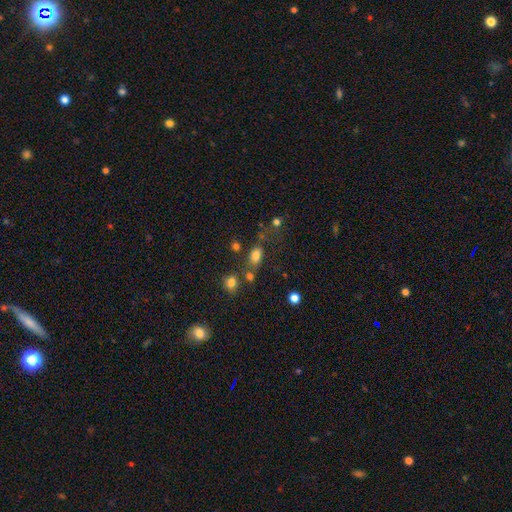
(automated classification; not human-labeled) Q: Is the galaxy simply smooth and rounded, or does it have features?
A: smooth — 78%.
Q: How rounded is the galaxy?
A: in between — 80%.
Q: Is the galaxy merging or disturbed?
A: none — 62%.